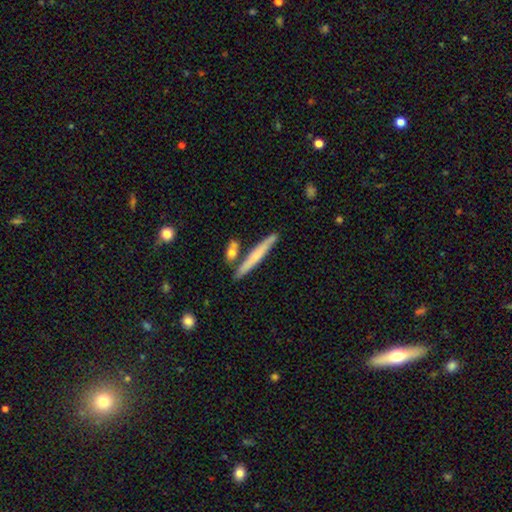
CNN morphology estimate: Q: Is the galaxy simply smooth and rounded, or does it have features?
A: smooth — 57%.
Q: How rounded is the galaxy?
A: cigar-shaped — 95%.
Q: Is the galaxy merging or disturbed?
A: none — 79%.